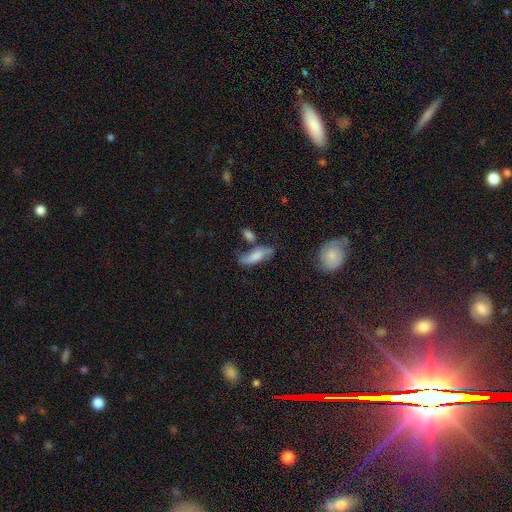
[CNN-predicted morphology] Q: Smooth or featured?
A: smooth (63%); runner-up: featured or disk (29%)
Q: How rounded?
A: in between (57%); runner-up: cigar-shaped (40%)
Q: Merging?
A: none (48%); runner-up: minor disturbance (24%)